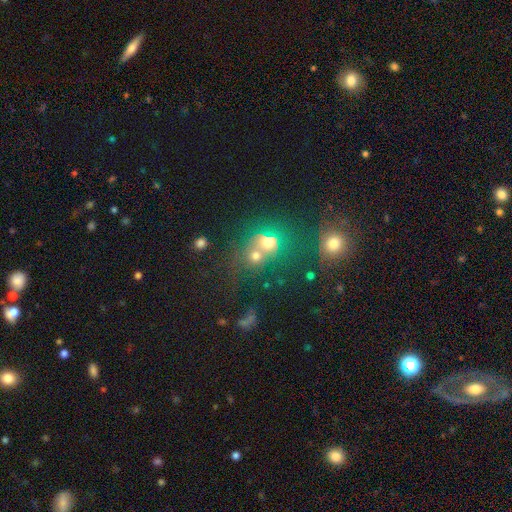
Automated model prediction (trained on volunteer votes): Smooth or featured?
  - smooth: 61% *
  - star or artifact: 23%
  - featured or disk: 16%
How rounded?
  - round: 73% *
  - in between: 25%
  - cigar-shaped: 1%
Merging?
  - merger: 51% *
  - none: 35%
  - minor disturbance: 8%
  - major disturbance: 6%